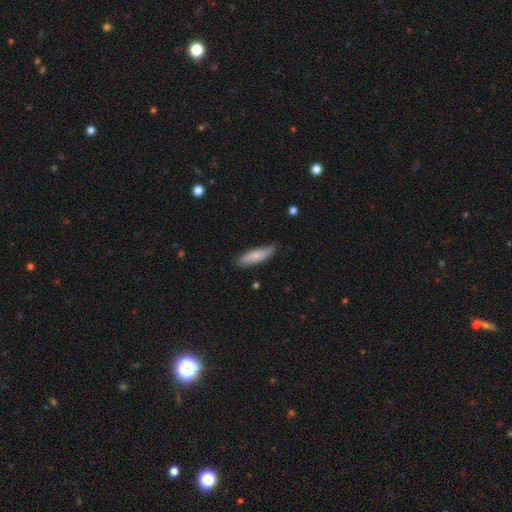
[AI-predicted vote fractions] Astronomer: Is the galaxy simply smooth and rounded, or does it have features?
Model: smooth — 77%.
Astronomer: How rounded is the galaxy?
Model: cigar-shaped — 56% (runner-up: in between, 43%).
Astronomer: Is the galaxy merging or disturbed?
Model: none — 78%.